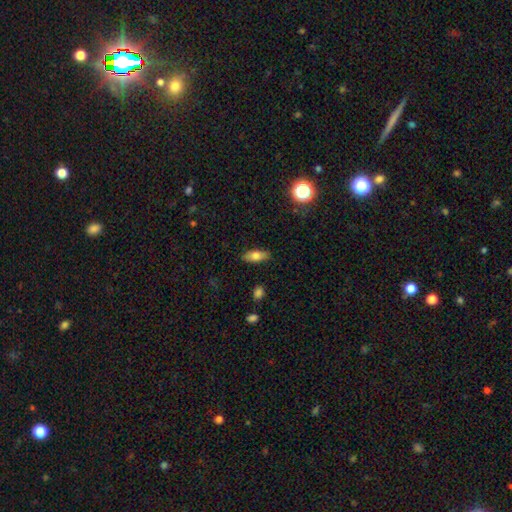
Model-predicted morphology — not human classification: A smooth galaxy with no disk features (73%) that is in between round and cigar-shaped (77%).

Vote fractions:
- Smooth or featured? smooth: 73% / featured or disk: 19% / star or artifact: 8%
- How rounded? in between: 77% / cigar-shaped: 20% / round: 3%
- Merging? none: 87% / minor disturbance: 9% / major disturbance: 2% / merger: 1%